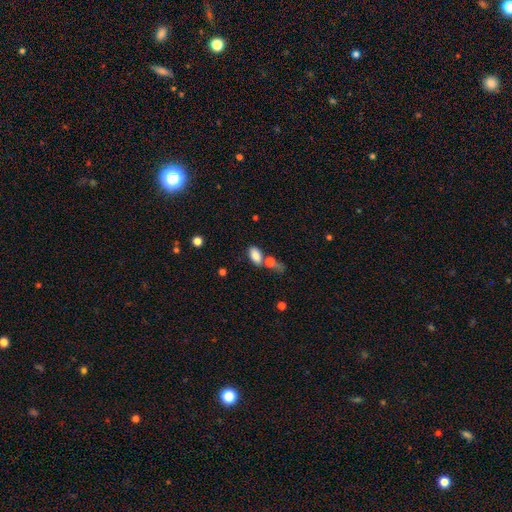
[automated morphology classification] Overall: smooth (84%). How rounded: in between (91%). Merging: none (48%; merger 33%).